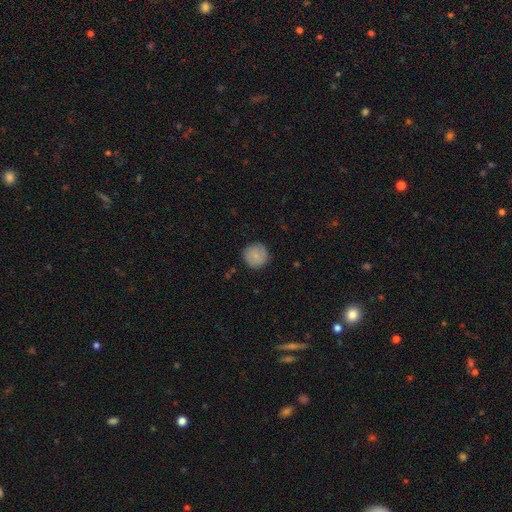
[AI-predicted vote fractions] smooth_or_featured: smooth (p=0.82) [alt: featured or disk p=0.11]
how_rounded: round (p=0.95) [alt: in between p=0.04]
merging: none (p=0.88) [alt: minor disturbance p=0.09]